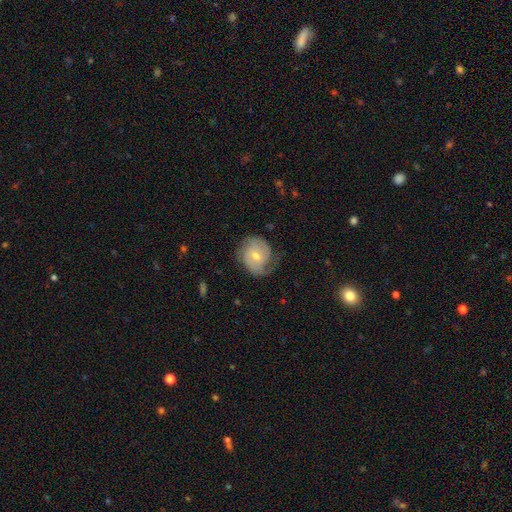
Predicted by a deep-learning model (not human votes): smooth_or_featured: featured or disk (p=0.69) [alt: smooth p=0.25]
disk_edge_on: no (p=0.97) [alt: yes p=0.03]
bar: weak (p=0.49) [alt: no p=0.41]
has_spiral_arms: yes (p=0.91) [alt: no p=0.09]
spiral_winding: tight (p=0.47) [alt: medium p=0.38]
spiral_arm_count: 2 (p=0.51) [alt: can't tell p=0.22]
bulge_size: moderate (p=0.51) [alt: small p=0.45]
merging: none (p=0.62) [alt: minor disturbance p=0.24]